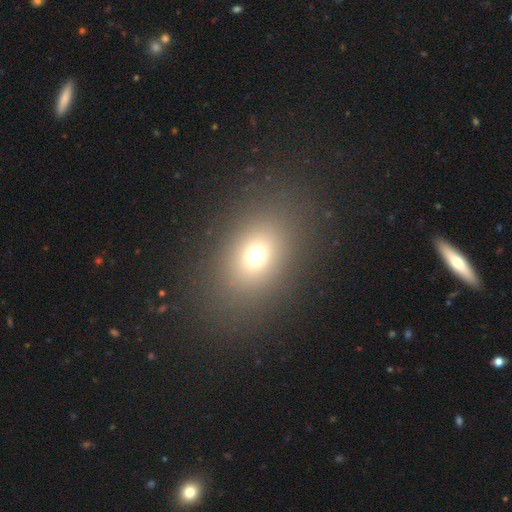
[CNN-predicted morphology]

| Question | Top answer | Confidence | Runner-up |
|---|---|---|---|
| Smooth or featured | smooth | 69% | star or artifact (19%) |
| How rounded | in between | 63% | round (35%) |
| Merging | none | 84% | minor disturbance (9%) |